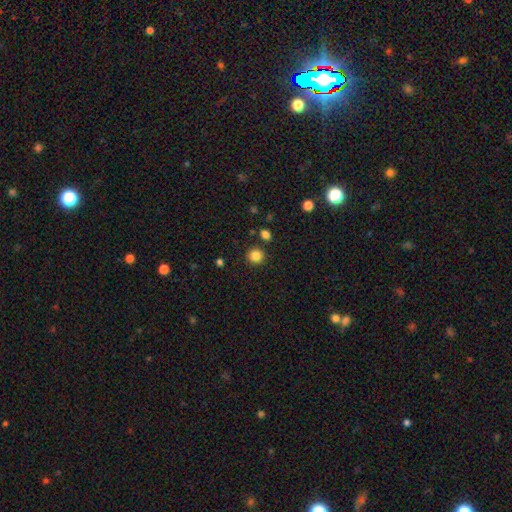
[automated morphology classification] This is clearly a smooth galaxy (85%). How rounded: clearly round (92%). Merging: clearly none (88%).